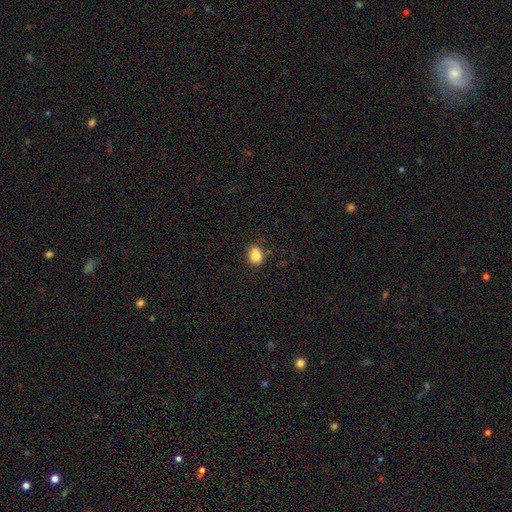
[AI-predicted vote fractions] A smooth galaxy with no disk features (84%) that is round (56%).

Vote fractions:
- Smooth or featured? smooth: 84% / star or artifact: 10% / featured or disk: 5%
- How rounded? round: 56% / in between: 43% / cigar-shaped: 1%
- Merging? none: 72% / minor disturbance: 19% / merger: 5% / major disturbance: 4%